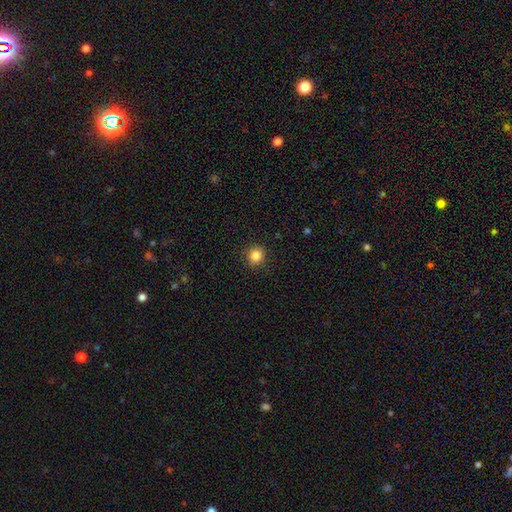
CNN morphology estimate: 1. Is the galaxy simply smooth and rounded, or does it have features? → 85% smooth, 11% star or artifact, 4% featured or disk.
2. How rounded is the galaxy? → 90% round, 9% in between, 1% cigar-shaped.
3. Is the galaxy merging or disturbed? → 91% none, 6% minor disturbance, 2% major disturbance, 1% merger.